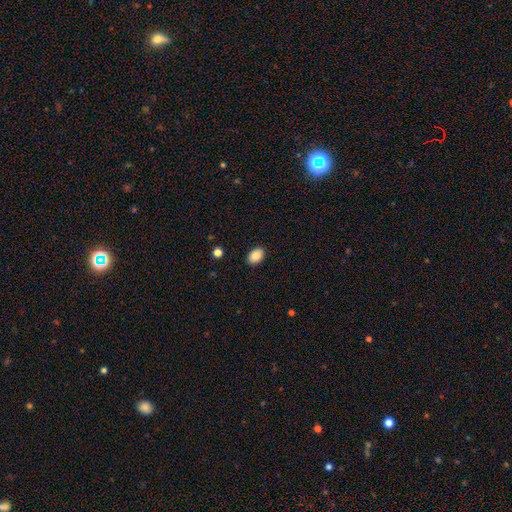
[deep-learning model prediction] This is clearly a smooth galaxy (86%). How rounded: clearly in between (83%). Merging: clearly none (89%).